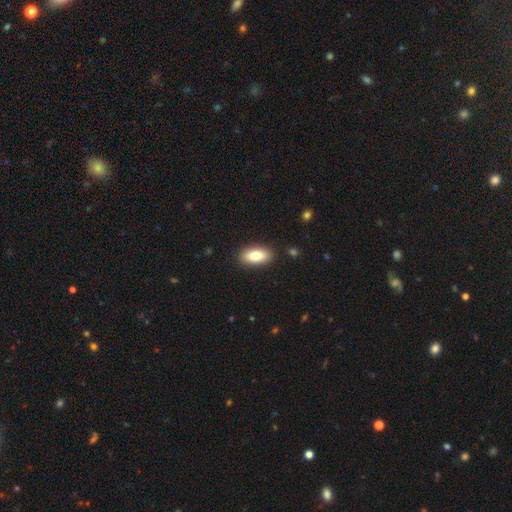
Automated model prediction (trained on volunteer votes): smooth_or_featured: smooth (p=0.83) [alt: featured or disk p=0.10]
how_rounded: in between (p=0.87) [alt: cigar-shaped p=0.10]
merging: none (p=0.88) [alt: minor disturbance p=0.08]